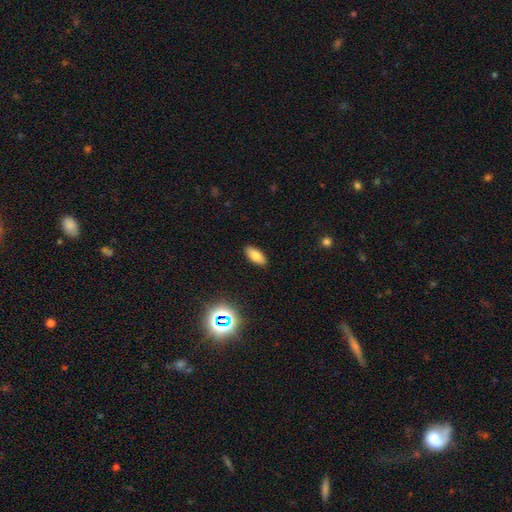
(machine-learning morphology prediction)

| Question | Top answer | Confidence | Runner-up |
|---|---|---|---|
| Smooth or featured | smooth | 76% | featured or disk (12%) |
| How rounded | in between | 85% | cigar-shaped (12%) |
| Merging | none | 89% | minor disturbance (8%) |